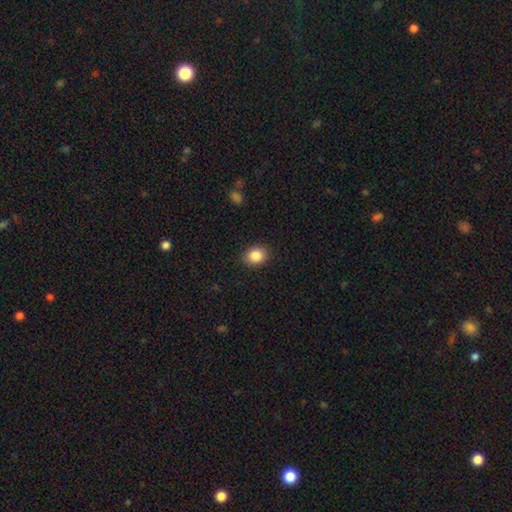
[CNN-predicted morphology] A smooth galaxy with no disk features (86%) that is round (54%).

Vote fractions:
- Smooth or featured? smooth: 86% / star or artifact: 9% / featured or disk: 5%
- How rounded? round: 54% / in between: 45% / cigar-shaped: 1%
- Merging? none: 87% / minor disturbance: 9% / major disturbance: 2% / merger: 1%